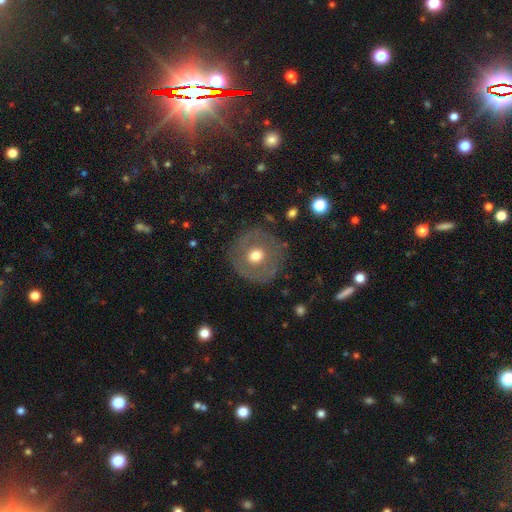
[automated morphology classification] The model was most divided on "smooth or featured": smooth: 49%, featured or disk: 43%, star or artifact: 8%. More confident: merging — none (81%).